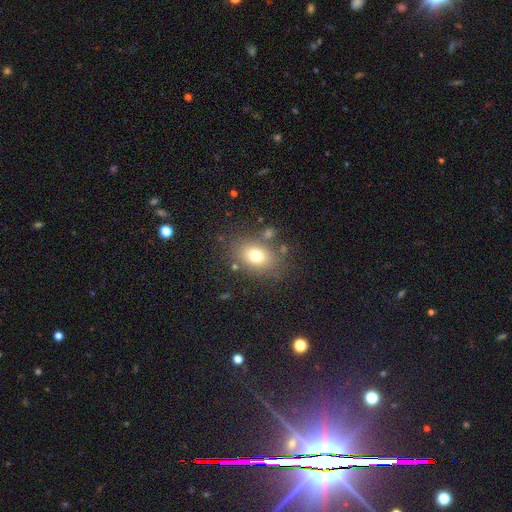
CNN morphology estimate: type=smooth (74%); roundness=in between (73%); merging=none (77%).